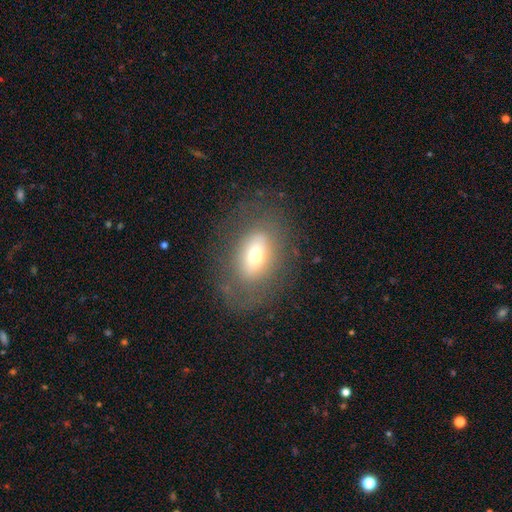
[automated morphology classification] Smooth or featured?
  - smooth: 53% *
  - featured or disk: 36%
  - star or artifact: 11%
How rounded?
  - in between: 79% *
  - round: 18%
  - cigar-shaped: 3%
Merging?
  - none: 73% *
  - minor disturbance: 15%
  - major disturbance: 11%
  - merger: 1%